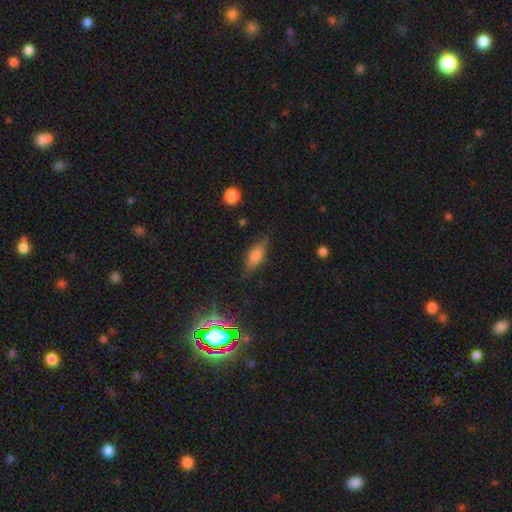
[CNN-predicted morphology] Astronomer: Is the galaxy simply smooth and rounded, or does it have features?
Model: smooth — 70%.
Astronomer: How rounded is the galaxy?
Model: in between — 73%.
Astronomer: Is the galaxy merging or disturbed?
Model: none — 76%.